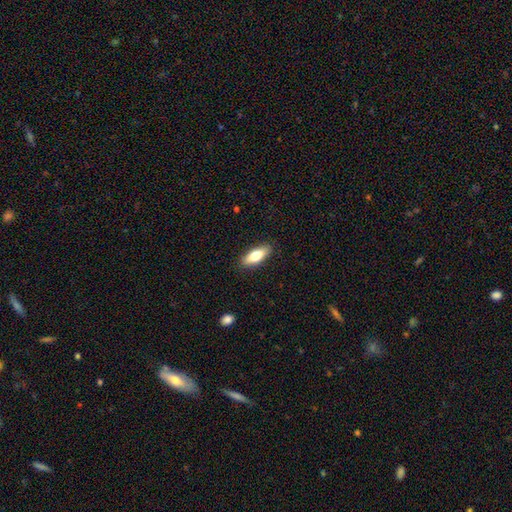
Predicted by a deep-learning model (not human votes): Overall: smooth (74%). How rounded: in between (69%). Merging: none (88%).